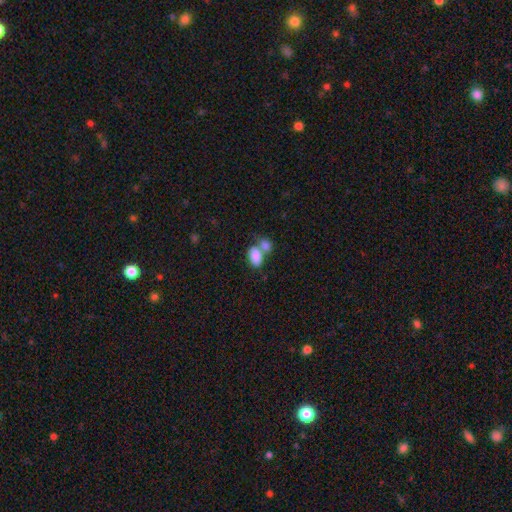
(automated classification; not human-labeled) smooth-or-featured: smooth: 84% | featured or disk: 8% | star or artifact: 8%
  how-rounded: in between: 90% | round: 8% | cigar-shaped: 2%
  merging: merger: 59% | none: 28% | minor disturbance: 9% | major disturbance: 5%